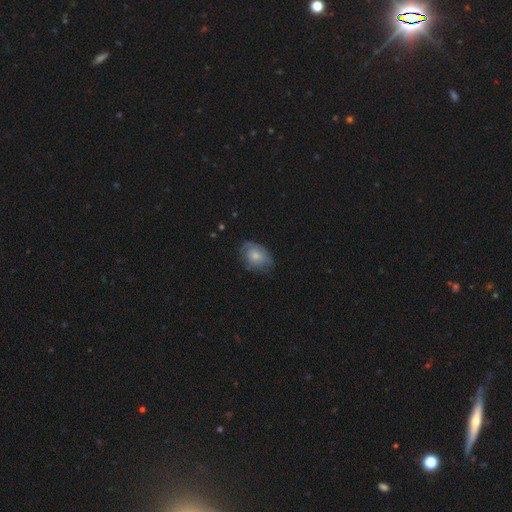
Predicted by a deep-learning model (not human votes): The model was most divided on "smooth or featured": smooth: 60%, featured or disk: 33%, star or artifact: 7%. More confident: how rounded — in between (75%); merging — none (62%).